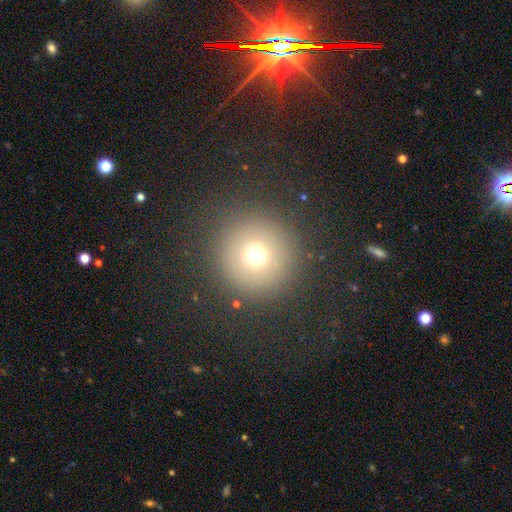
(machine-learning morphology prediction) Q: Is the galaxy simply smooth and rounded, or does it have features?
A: smooth — 69%.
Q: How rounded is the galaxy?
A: round — 96%.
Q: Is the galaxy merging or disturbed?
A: none — 89%.